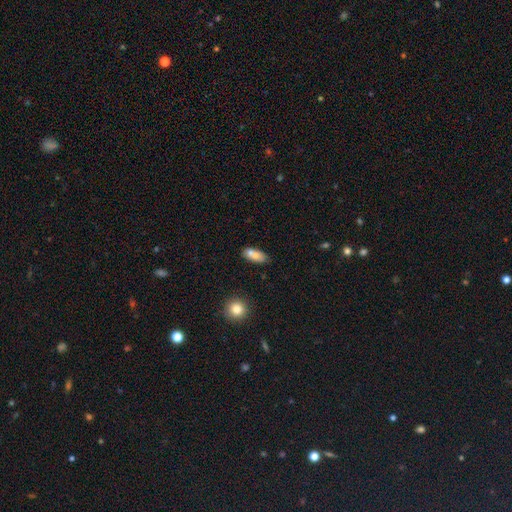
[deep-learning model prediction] Overall: smooth (76%). How rounded: in between (80%). Merging: none (57%; merger 24%).